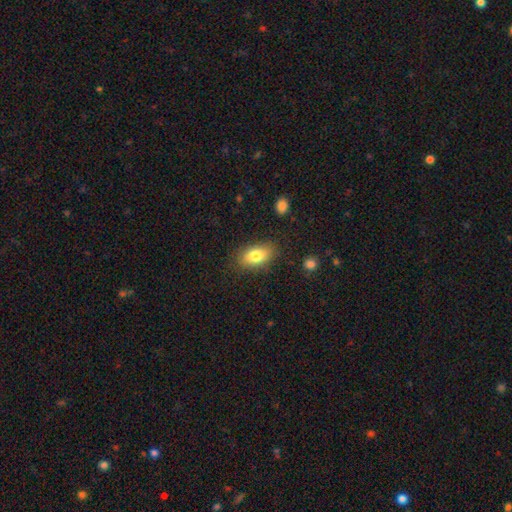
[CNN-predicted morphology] Smooth or featured? smooth (80%)
How rounded? in between (89%)
Merging? none (83%)